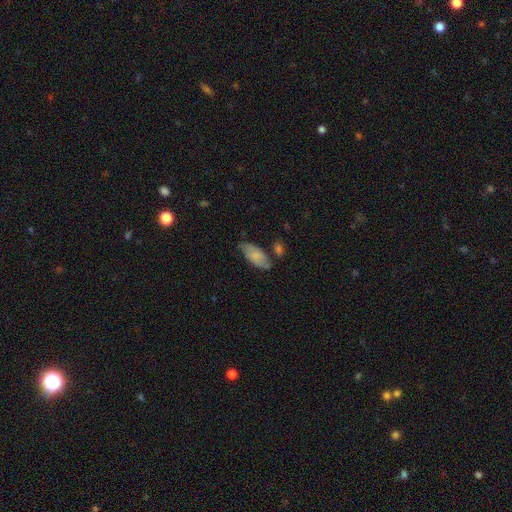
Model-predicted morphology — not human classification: Overall: smooth (69%). How rounded: in between (85%). Merging: none (60%; minor disturbance 26%).